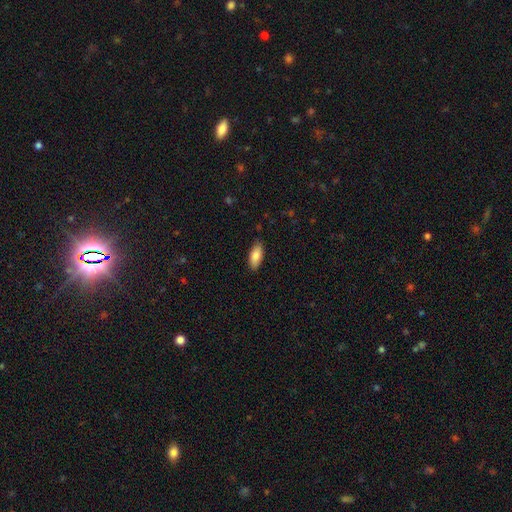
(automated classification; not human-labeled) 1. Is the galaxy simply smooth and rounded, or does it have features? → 85% smooth, 9% featured or disk, 6% star or artifact.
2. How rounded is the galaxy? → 82% in between, 16% cigar-shaped, 2% round.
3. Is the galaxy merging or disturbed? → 85% none, 12% minor disturbance, 2% major disturbance, 1% merger.